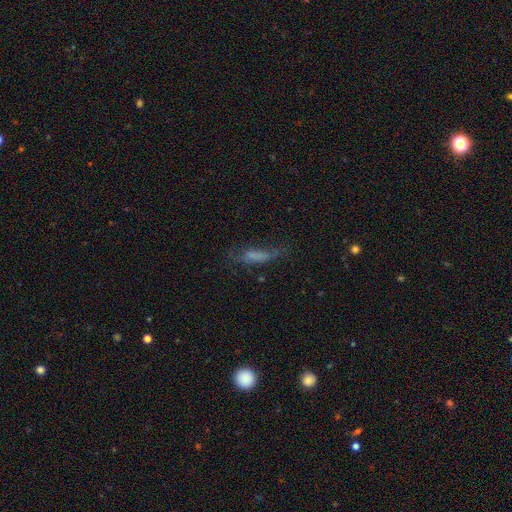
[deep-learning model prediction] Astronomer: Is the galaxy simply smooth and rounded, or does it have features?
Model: smooth — 55% (runner-up: featured or disk, 31%).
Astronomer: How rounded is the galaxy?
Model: cigar-shaped — 62%.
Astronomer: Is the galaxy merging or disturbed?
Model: none — 40% (runner-up: major disturbance, 29%).